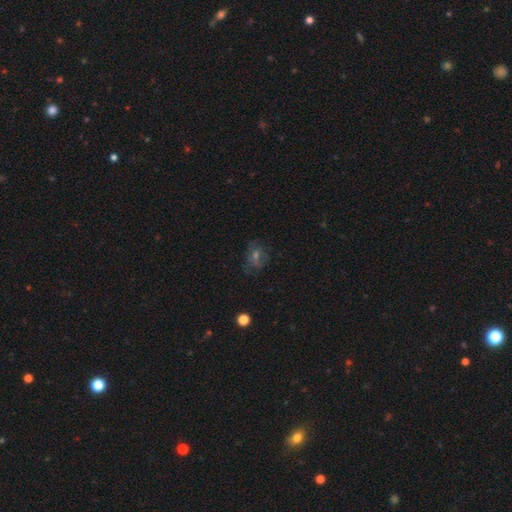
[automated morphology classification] Smooth or featured? featured or disk (37%)
Merging? none (69%)